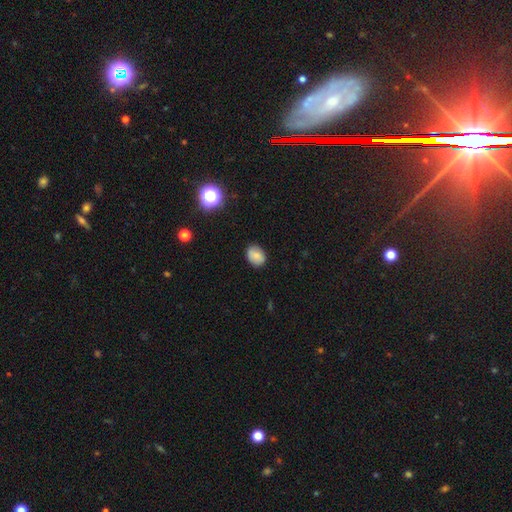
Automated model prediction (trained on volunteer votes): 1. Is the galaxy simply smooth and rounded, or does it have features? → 81% smooth, 10% star or artifact, 9% featured or disk.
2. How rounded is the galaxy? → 65% in between, 34% round, 1% cigar-shaped.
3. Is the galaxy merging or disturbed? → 84% none, 12% minor disturbance, 2% major disturbance, 1% merger.